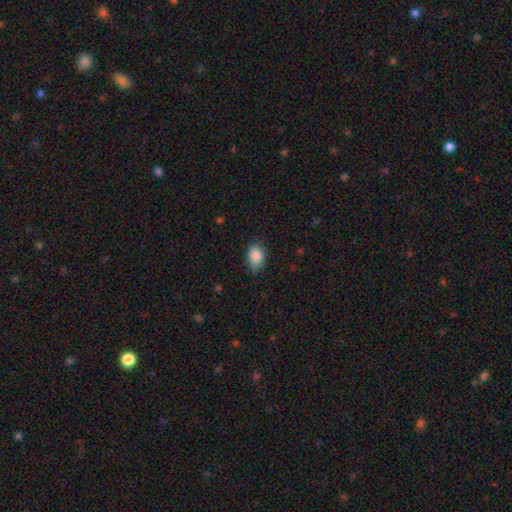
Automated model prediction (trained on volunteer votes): smooth_or_featured: smooth (p=0.87) [alt: star or artifact p=0.08]
how_rounded: in between (p=0.84) [alt: round p=0.15]
merging: none (p=0.72) [alt: minor disturbance p=0.23]